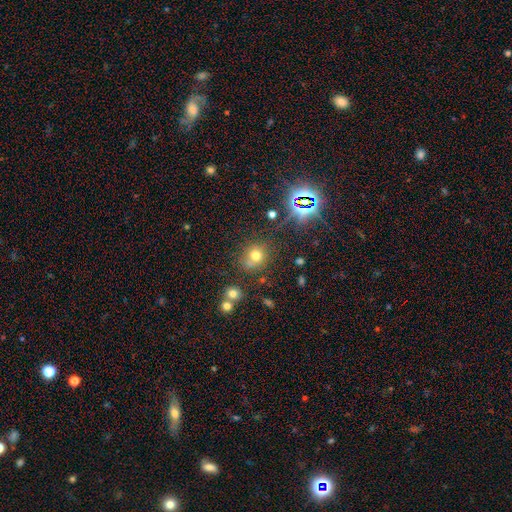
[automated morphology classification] Overall: smooth (66%). How rounded: round (75%). Merging: none (66%).